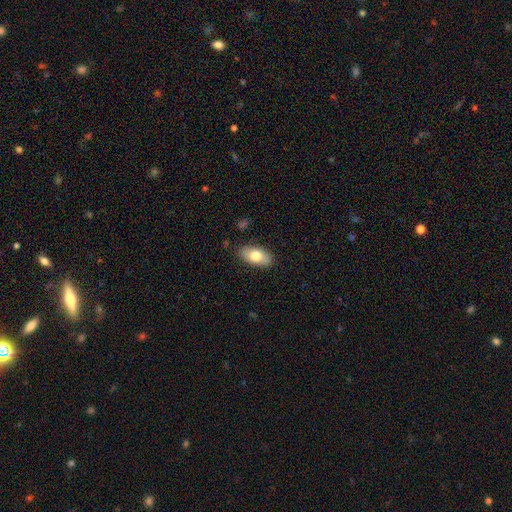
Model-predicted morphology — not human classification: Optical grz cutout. It shows a smooth galaxy with no disk features (76%) that is in between round and cigar-shaped (93%). Merging: none (85%).